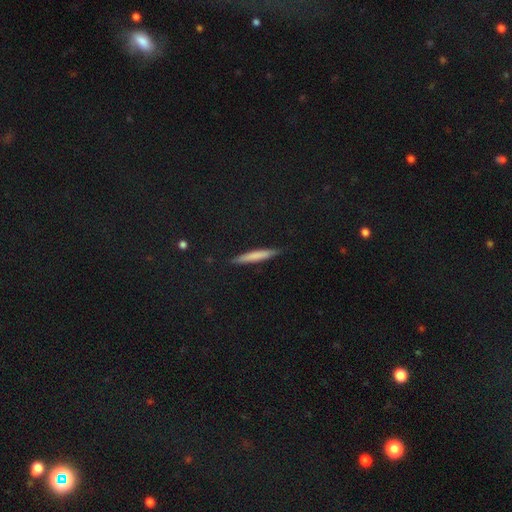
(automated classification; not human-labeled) smooth_or_featured: smooth (p=0.70) [alt: featured or disk p=0.23]
how_rounded: cigar-shaped (p=0.94) [alt: in between p=0.05]
merging: none (p=0.88) [alt: minor disturbance p=0.09]